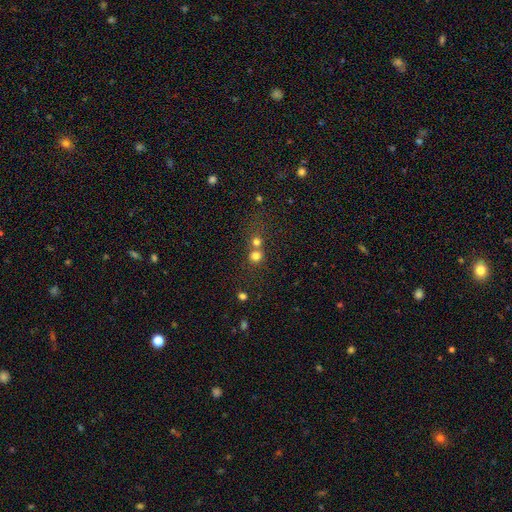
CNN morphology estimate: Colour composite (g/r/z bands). It shows a smooth galaxy with no disk features (75%) that is round (88%). Merging: none (46%).